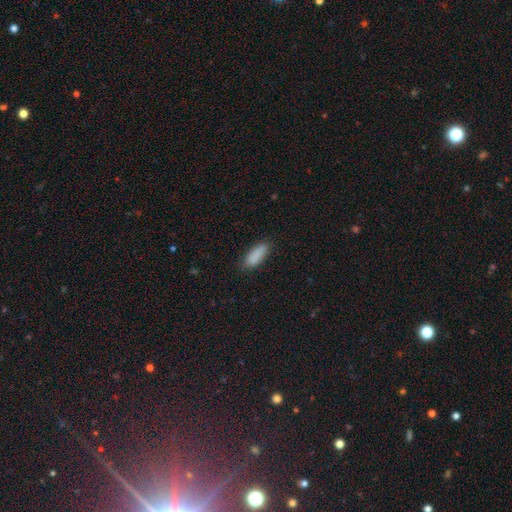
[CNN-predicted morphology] Q: Smooth or featured?
A: smooth (89%); runner-up: star or artifact (7%)
Q: How rounded?
A: in between (68%); runner-up: cigar-shaped (31%)
Q: Merging?
A: none (82%); runner-up: minor disturbance (14%)